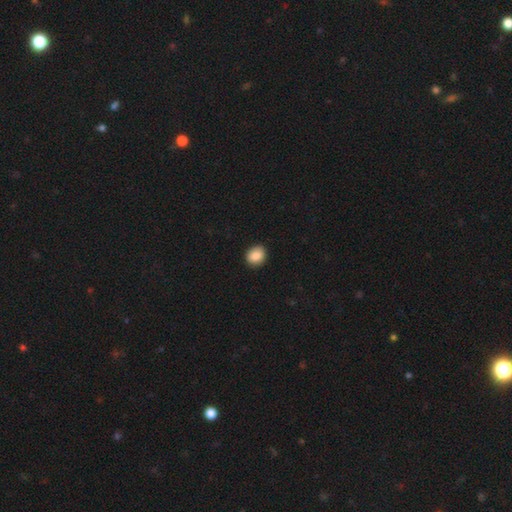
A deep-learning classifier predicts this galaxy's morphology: A smooth galaxy with no disk features (88%) that is round (64%).

Vote fractions:
- Smooth or featured? smooth: 88% / star or artifact: 8% / featured or disk: 4%
- How rounded? round: 64% / in between: 35% / cigar-shaped: 1%
- Merging? none: 90% / minor disturbance: 7% / major disturbance: 2% / merger: 1%